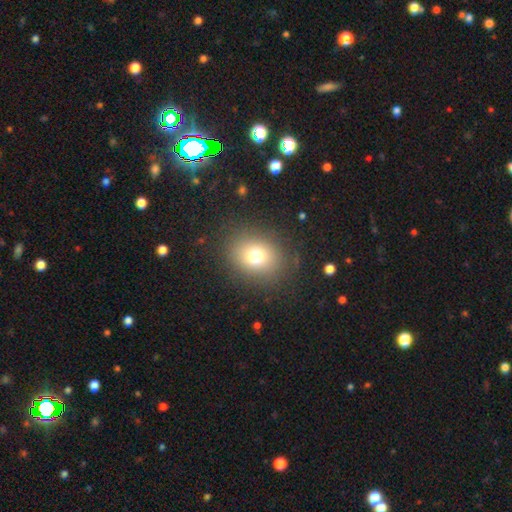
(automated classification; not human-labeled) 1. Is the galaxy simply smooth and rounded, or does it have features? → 74% smooth, 15% star or artifact, 11% featured or disk.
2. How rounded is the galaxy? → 60% round, 39% in between, 1% cigar-shaped.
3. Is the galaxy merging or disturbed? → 85% none, 9% minor disturbance, 5% major disturbance, 1% merger.